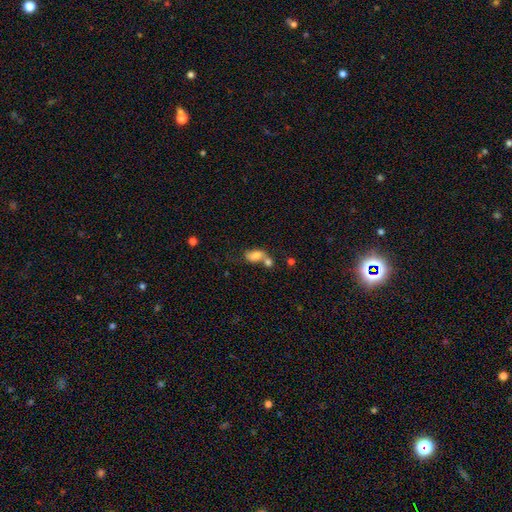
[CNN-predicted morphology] smooth-or-featured: smooth: 73% | featured or disk: 17% | star or artifact: 10%
  how-rounded: in between: 84% | round: 12% | cigar-shaped: 4%
  merging: merger: 50% | none: 28% | minor disturbance: 13% | major disturbance: 9%